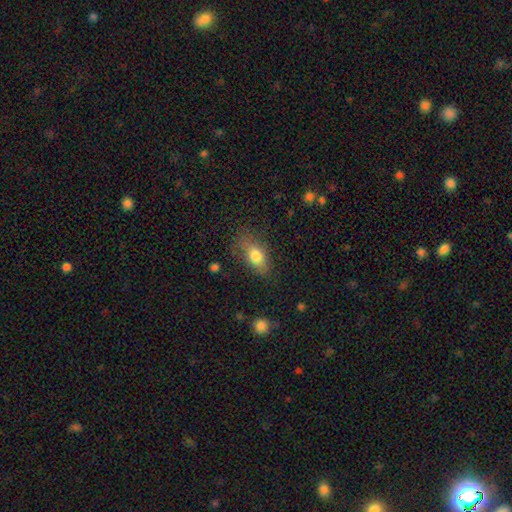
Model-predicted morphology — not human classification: A smooth galaxy with no disk features (77%) that is in between round and cigar-shaped (81%).

Vote fractions:
- Smooth or featured? smooth: 77% / featured or disk: 15% / star or artifact: 9%
- How rounded? in between: 81% / round: 11% / cigar-shaped: 8%
- Merging? none: 63% / minor disturbance: 25% / major disturbance: 10% / merger: 2%